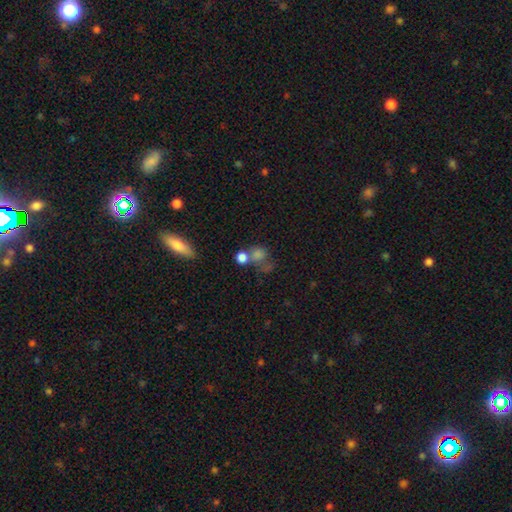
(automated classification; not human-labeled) Overall: smooth (65%). How rounded: round (71%). Merging: none (49%; merger 27%).